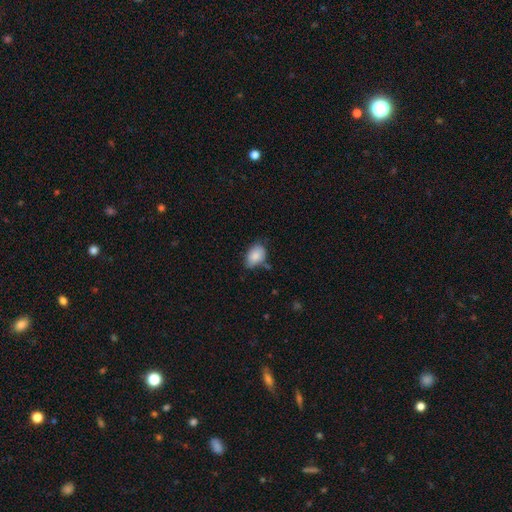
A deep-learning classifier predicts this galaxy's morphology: A smooth galaxy with no disk features (86%) that is in between round and cigar-shaped (85%).

Vote fractions:
- Smooth or featured? smooth: 86% / star or artifact: 7% / featured or disk: 7%
- How rounded? in between: 85% / round: 13% / cigar-shaped: 1%
- Merging? none: 59% / minor disturbance: 30% / major disturbance: 6% / merger: 5%